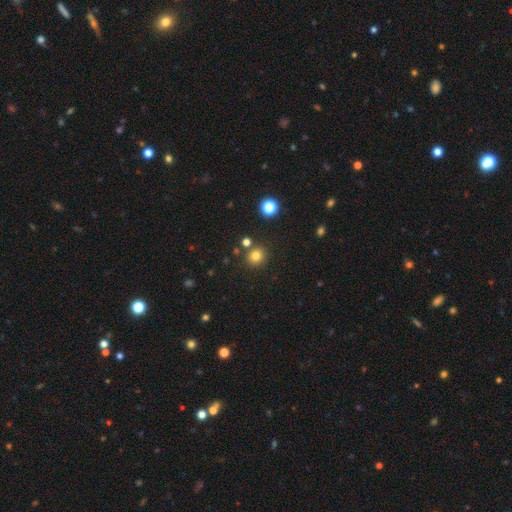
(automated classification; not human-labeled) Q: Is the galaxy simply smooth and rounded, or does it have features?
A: smooth — 78%.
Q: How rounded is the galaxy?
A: round — 85%.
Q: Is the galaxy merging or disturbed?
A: none — 82%.